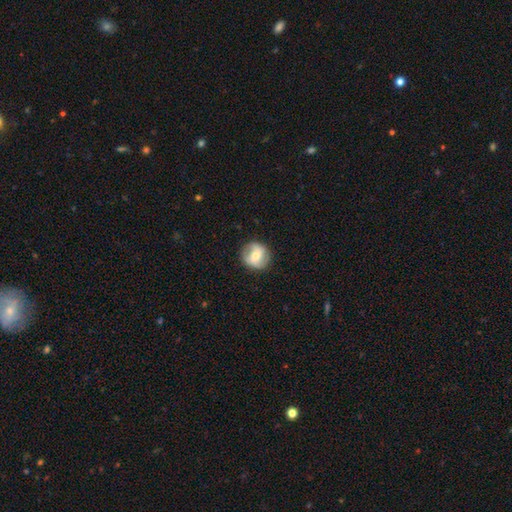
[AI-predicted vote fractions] The model was most divided on "smooth or featured": featured or disk: 50%, smooth: 43%, star or artifact: 7%. More confident: merging — none (82%).